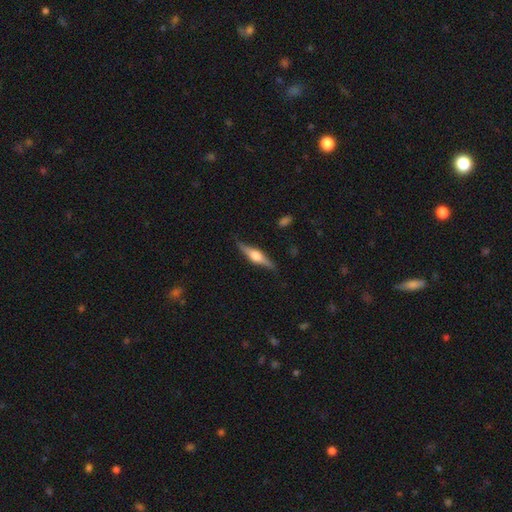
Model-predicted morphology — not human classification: Smooth or featured? featured or disk (75%)
Edge-on disk? yes (97%)
Edge-on bulge? rounded (92%)
Merging? none (86%)